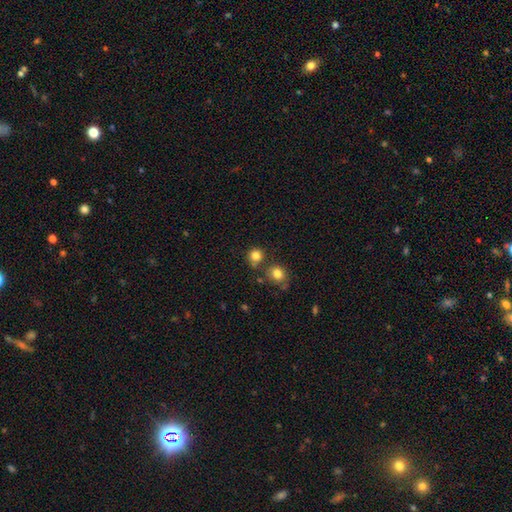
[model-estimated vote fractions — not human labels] A smooth galaxy with no disk features (82%) that is round (88%).

Vote fractions:
- Smooth or featured? smooth: 82% / star or artifact: 12% / featured or disk: 6%
- How rounded? round: 88% / in between: 11% / cigar-shaped: 1%
- Merging? none: 68% / merger: 17% / minor disturbance: 11% / major disturbance: 4%